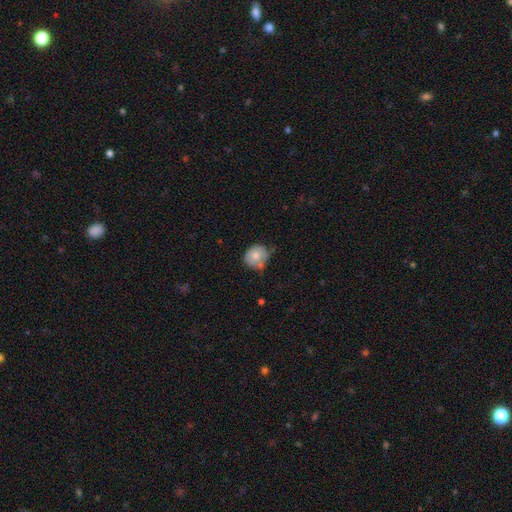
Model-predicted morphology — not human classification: This is likely a smooth galaxy (74%). How rounded: likely round (76%). Merging: possibly none (53%).